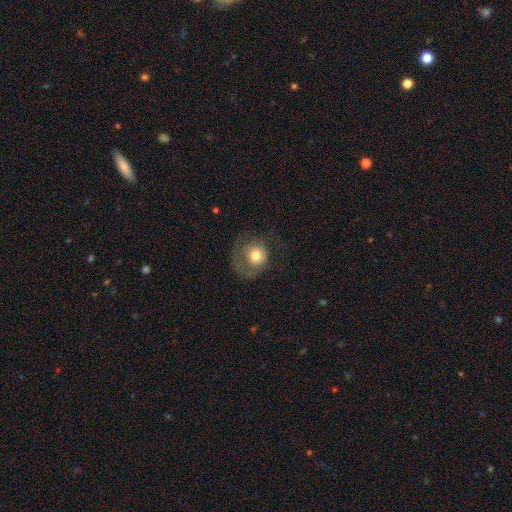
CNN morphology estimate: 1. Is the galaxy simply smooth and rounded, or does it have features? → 66% smooth, 26% featured or disk, 8% star or artifact.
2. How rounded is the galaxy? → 81% round, 18% in between, 1% cigar-shaped.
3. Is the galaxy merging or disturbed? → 42% none, 34% major disturbance, 22% minor disturbance, 2% merger.